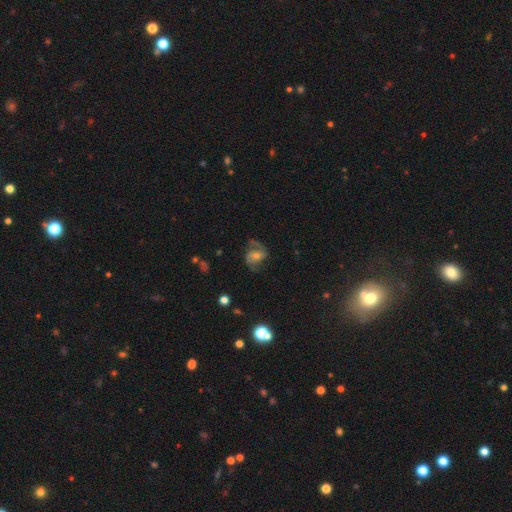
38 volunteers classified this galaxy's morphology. smooth_or_featured: featured or disk (p=0.61) [alt: smooth p=0.29]
disk_edge_on: no (p=1.00)
bar: no (p=0.52) [alt: strong p=0.26]
has_spiral_arms: yes (p=0.91) [alt: no p=0.09]
spiral_winding: medium (p=0.57) [alt: loose p=0.33]
spiral_arm_count: 2 (p=1.00)
bulge_size: moderate (p=0.52) [alt: small p=0.43]
merging: none (p=0.56) [alt: minor disturbance p=0.18]